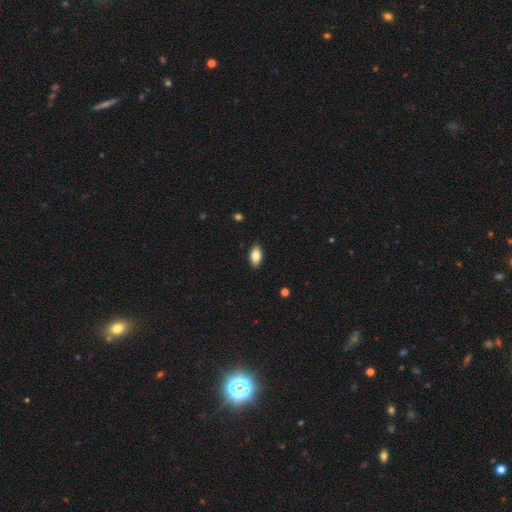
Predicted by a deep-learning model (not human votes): Overall: smooth (79%). How rounded: in between (90%). Merging: none (89%).